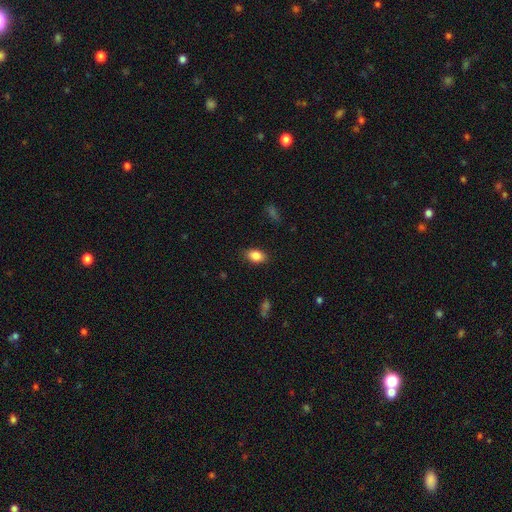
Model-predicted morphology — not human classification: The model was most divided on "how rounded": in between: 85%, round: 13%, cigar-shaped: 2%. More confident: merging — none (86%); smooth or featured — smooth (86%).